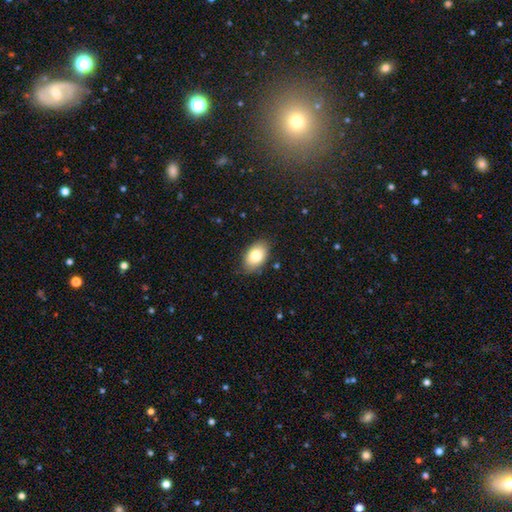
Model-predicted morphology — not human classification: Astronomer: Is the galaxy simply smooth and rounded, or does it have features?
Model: smooth — 81%.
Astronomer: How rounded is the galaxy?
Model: in between — 90%.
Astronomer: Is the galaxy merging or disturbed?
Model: none — 83%.